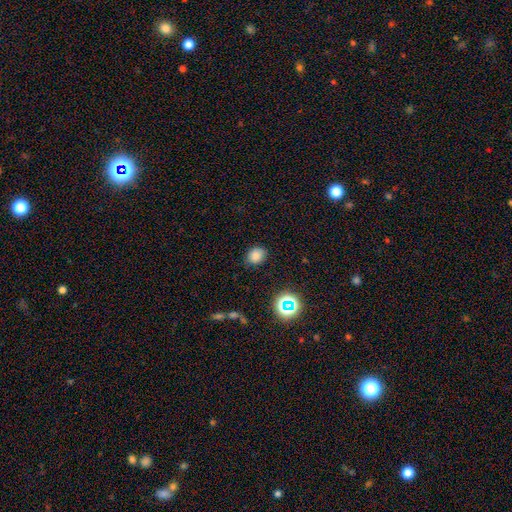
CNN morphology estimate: A smooth galaxy with no disk features (80%) that is round (52%).

Vote fractions:
- Smooth or featured? smooth: 80% / star or artifact: 15% / featured or disk: 5%
- How rounded? round: 52% / in between: 47% / cigar-shaped: 1%
- Merging? none: 83% / minor disturbance: 12% / major disturbance: 3% / merger: 1%